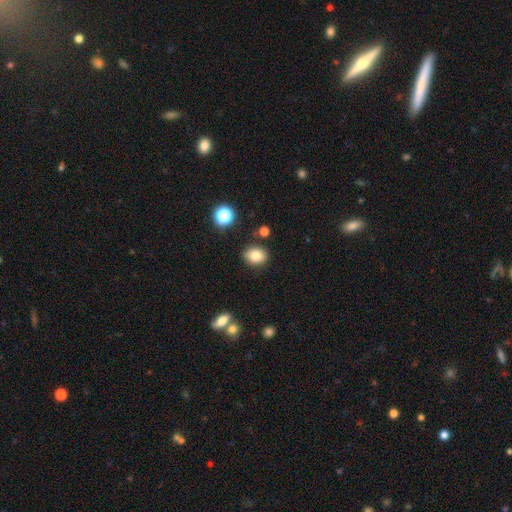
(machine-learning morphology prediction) smooth-or-featured: smooth: 81% | star or artifact: 11% | featured or disk: 7%
  how-rounded: in between: 52% | round: 47% | cigar-shaped: 1%
  merging: none: 84% | minor disturbance: 10% | merger: 3% | major disturbance: 2%